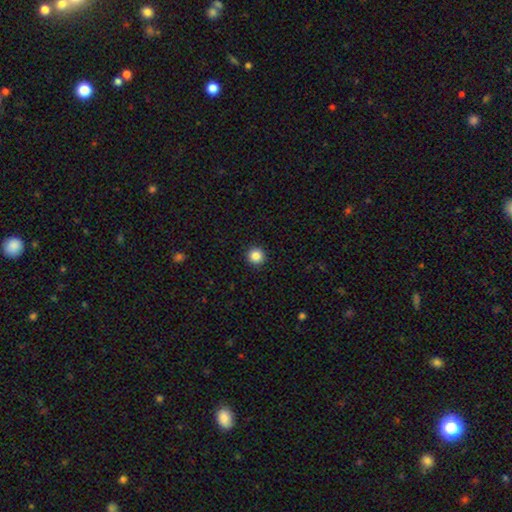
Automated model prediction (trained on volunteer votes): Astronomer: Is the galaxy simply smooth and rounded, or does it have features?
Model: smooth — 86%.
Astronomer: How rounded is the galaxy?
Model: round — 96%.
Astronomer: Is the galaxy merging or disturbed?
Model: none — 93%.